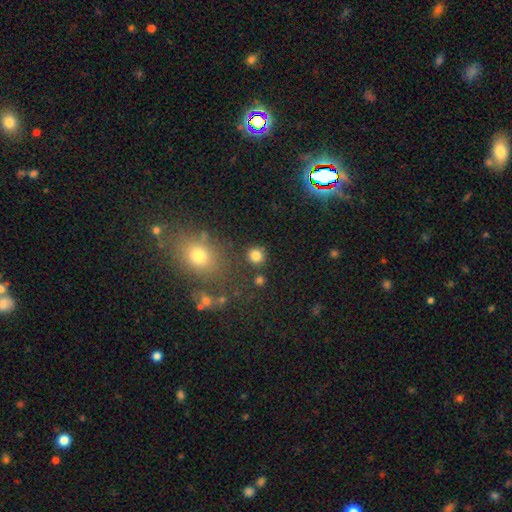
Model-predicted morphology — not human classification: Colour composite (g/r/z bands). It shows a smooth galaxy with no disk features (81%) that is round (91%). Merging: none (86%).